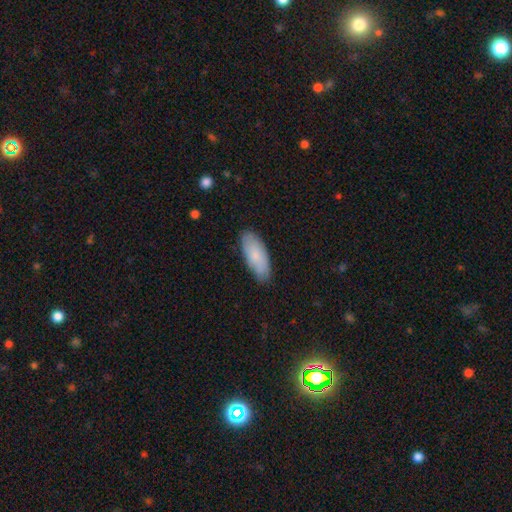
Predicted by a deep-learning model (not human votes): Smooth or featured? smooth (76%)
How rounded? in between (83%)
Merging? none (82%)